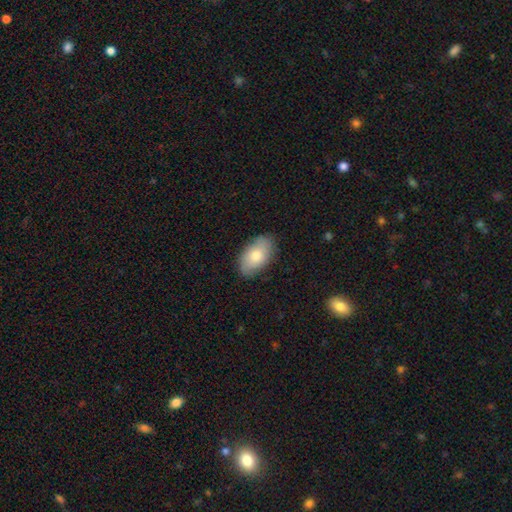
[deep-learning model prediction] Morphology: type=smooth (74%); roundness=in between (94%); merging=none (83%).